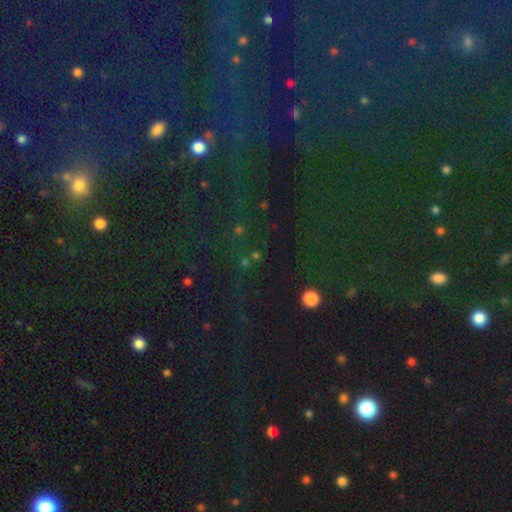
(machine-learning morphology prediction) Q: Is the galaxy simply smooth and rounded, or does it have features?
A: star or artifact — 62%.